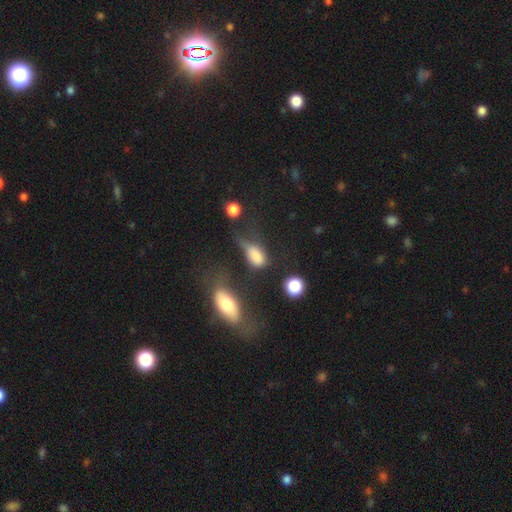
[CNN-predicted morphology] Smooth or featured? Predicted: smooth (p=0.75). How rounded? Predicted: in between (p=0.83). Merging? Predicted: major disturbance (p=0.37).